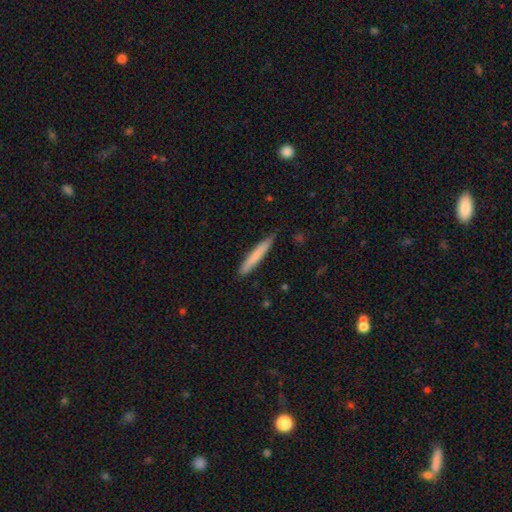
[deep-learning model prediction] smooth 77%, featured or disk 17%, star or artifact 6%. Down the decision tree: how rounded — cigar-shaped (95%); merging — none (85%).